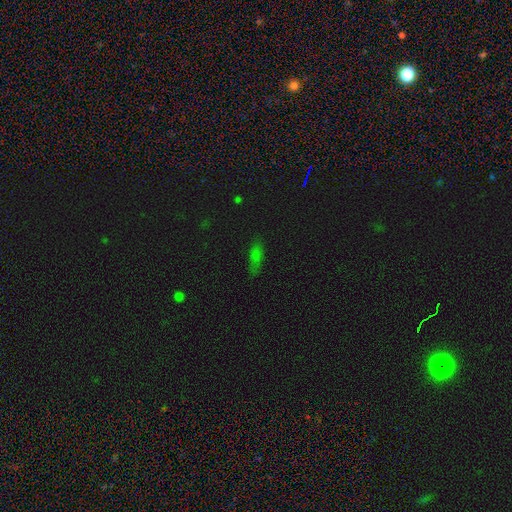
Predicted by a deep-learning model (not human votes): This is likely a smooth galaxy (72%). How rounded: possibly in between (58%). Merging: likely none (74%).